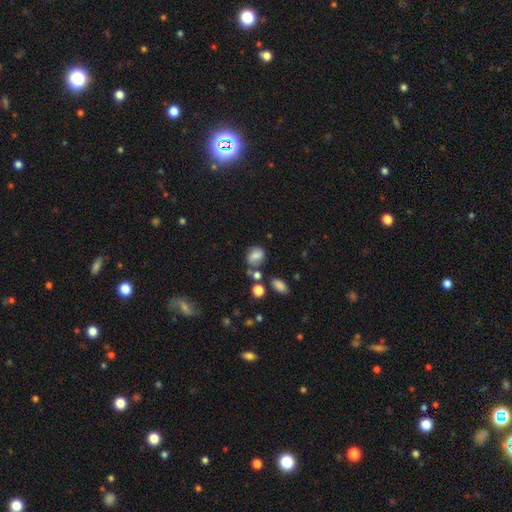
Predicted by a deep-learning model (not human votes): smooth_or_featured: smooth (p=0.66) [alt: featured or disk p=0.22]
how_rounded: in between (p=0.52) [alt: round p=0.46]
merging: none (p=0.61) [alt: minor disturbance p=0.21]